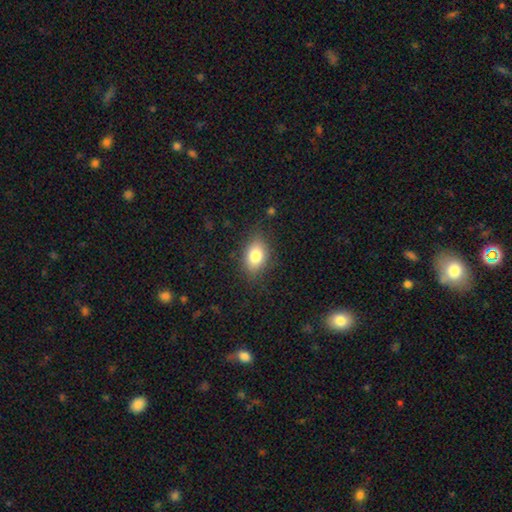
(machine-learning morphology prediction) Overall: smooth (80%). How rounded: in between (79%). Merging: none (80%).